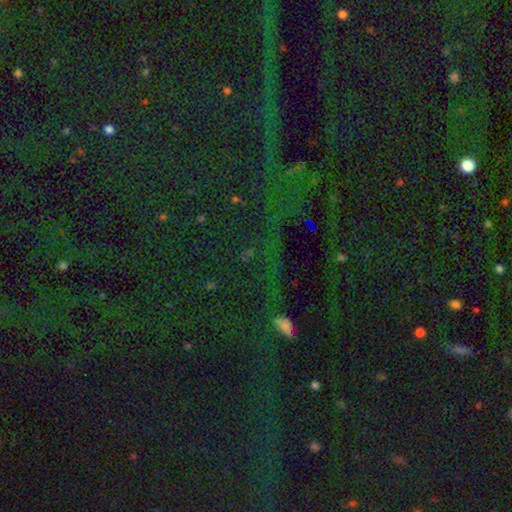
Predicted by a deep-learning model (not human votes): Smooth or featured? Predicted: star or artifact (p=0.81).